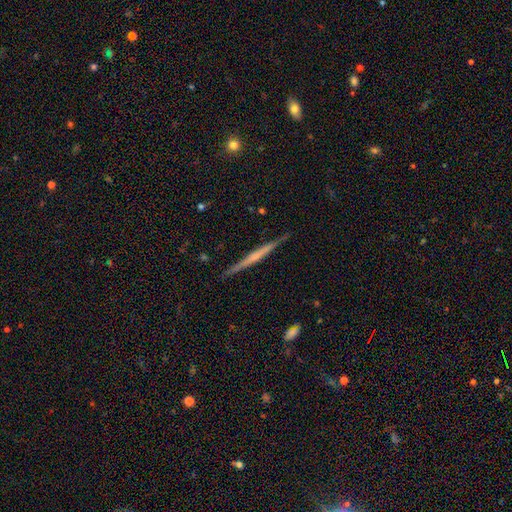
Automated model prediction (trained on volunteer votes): A featured or disk galaxy (65%) viewed edge-on (98%) with no central bulge (59%). Merging: none (89%).